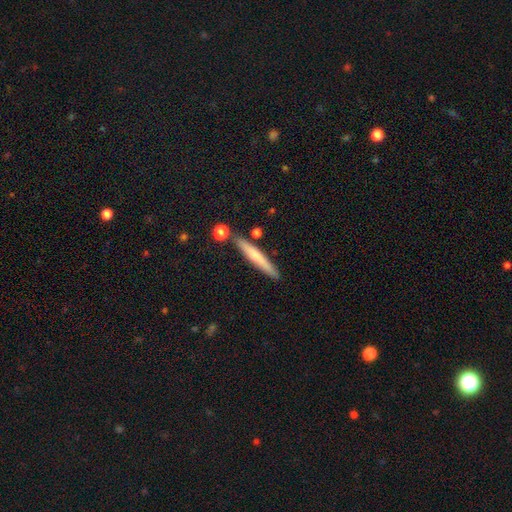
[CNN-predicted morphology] Smooth or featured? smooth (62%)
How rounded? cigar-shaped (95%)
Merging? none (83%)